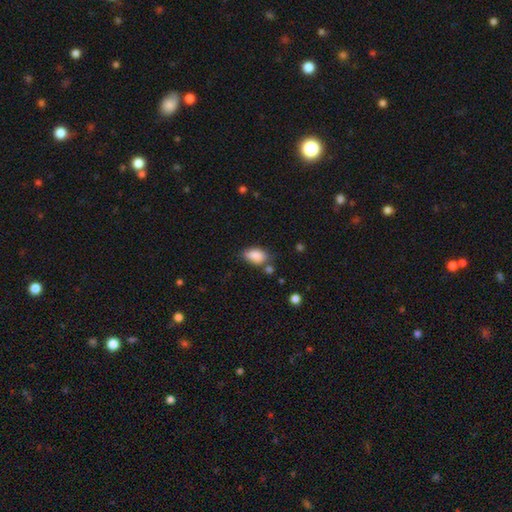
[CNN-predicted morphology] Smooth or featured: smooth — 86% (star or artifact — 8%)
How rounded: in between — 90% (round — 7%)
Merging: none — 61% (minor disturbance — 24%)